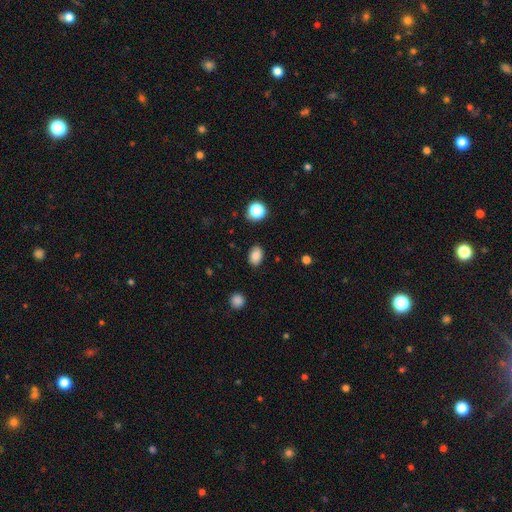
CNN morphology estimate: Q: Smooth or featured?
A: smooth (85%); runner-up: star or artifact (10%)
Q: How rounded?
A: in between (79%); runner-up: round (20%)
Q: Merging?
A: none (86%); runner-up: minor disturbance (10%)